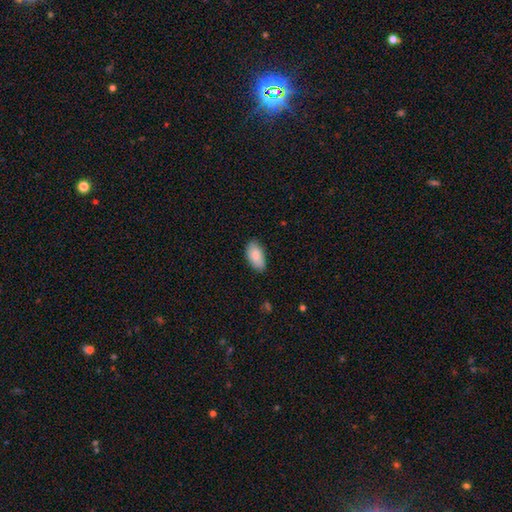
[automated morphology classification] The model was most divided on "merging": none: 81%, minor disturbance: 16%, major disturbance: 2%, merger: 1%. More confident: how rounded — in between (94%); smooth or featured — smooth (87%).